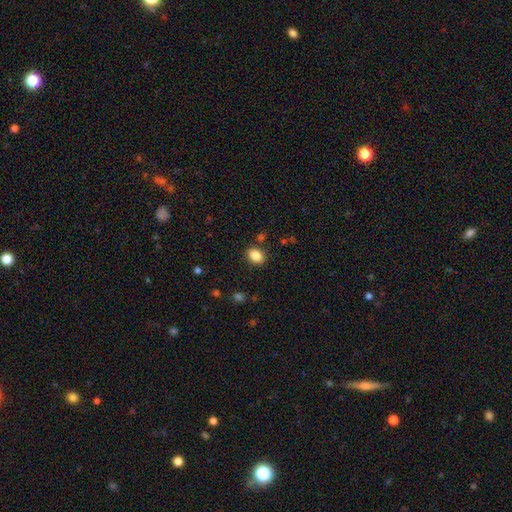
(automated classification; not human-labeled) This is clearly a smooth galaxy (86%). How rounded: likely in between (75%). Merging: clearly none (85%).